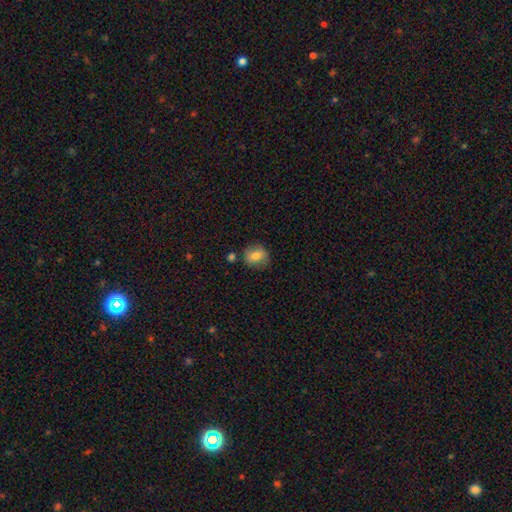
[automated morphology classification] Smooth or featured? smooth (79%)
How rounded? round (71%)
Merging? none (79%)